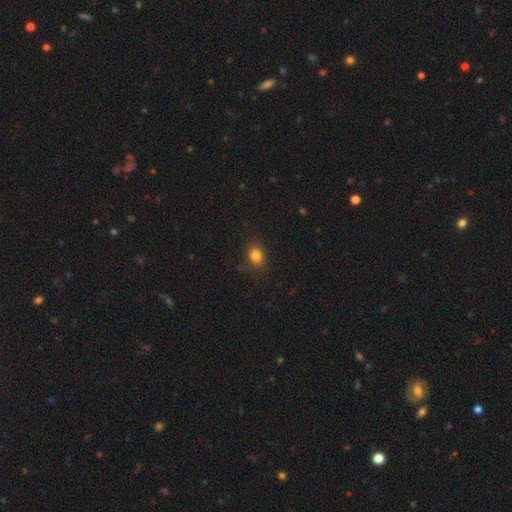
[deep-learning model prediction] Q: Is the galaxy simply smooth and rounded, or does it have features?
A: smooth — 81%.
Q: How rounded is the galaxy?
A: round — 51%.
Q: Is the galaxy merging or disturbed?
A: none — 79%.